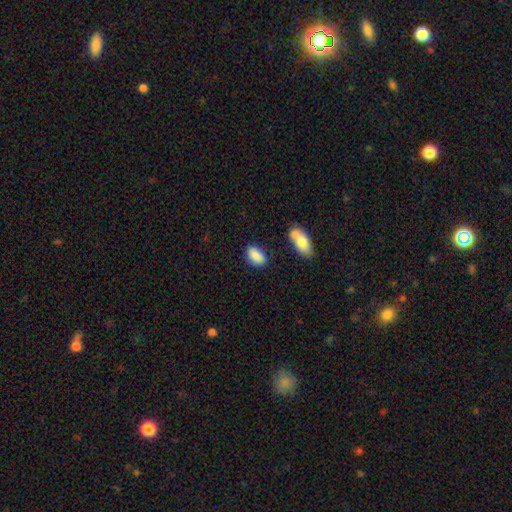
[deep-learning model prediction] Smooth or featured?
  - smooth: 87% *
  - star or artifact: 7%
  - featured or disk: 6%
How rounded?
  - in between: 90% *
  - round: 7%
  - cigar-shaped: 3%
Merging?
  - none: 76% *
  - minor disturbance: 14%
  - merger: 6%
  - major disturbance: 4%